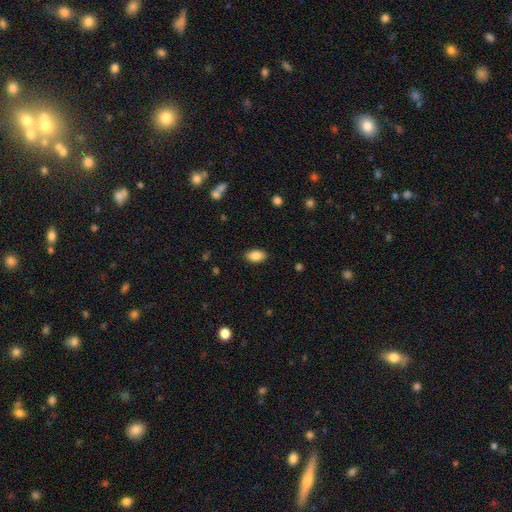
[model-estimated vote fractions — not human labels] This is clearly a smooth galaxy (88%). How rounded: clearly in between (93%). Merging: clearly none (88%).